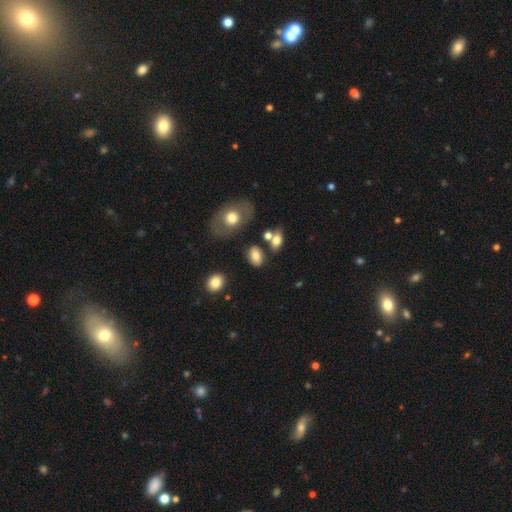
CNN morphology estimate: Q: Smooth or featured?
A: smooth (77%); runner-up: featured or disk (13%)
Q: How rounded?
A: in between (81%); runner-up: round (17%)
Q: Merging?
A: none (74%); runner-up: minor disturbance (12%)